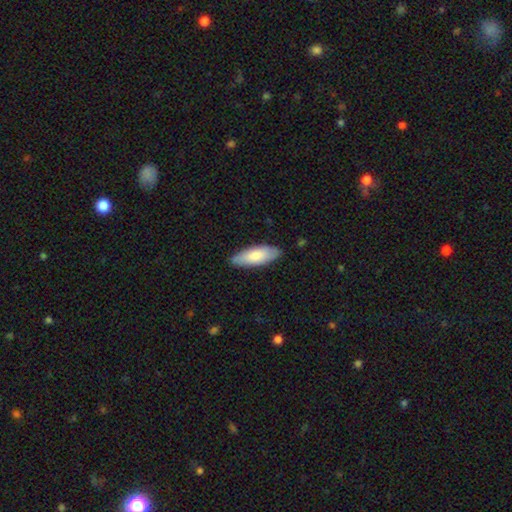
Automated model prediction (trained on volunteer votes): A smooth galaxy with no disk features (76%) that is in between round and cigar-shaped (69%). Merging: none (84%).